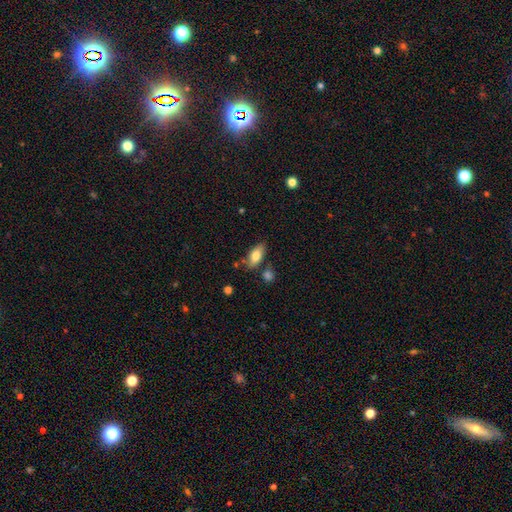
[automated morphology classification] smooth 77%, featured or disk 16%, star or artifact 7%. Down the decision tree: how rounded — in between (87%); merging — none (73%).